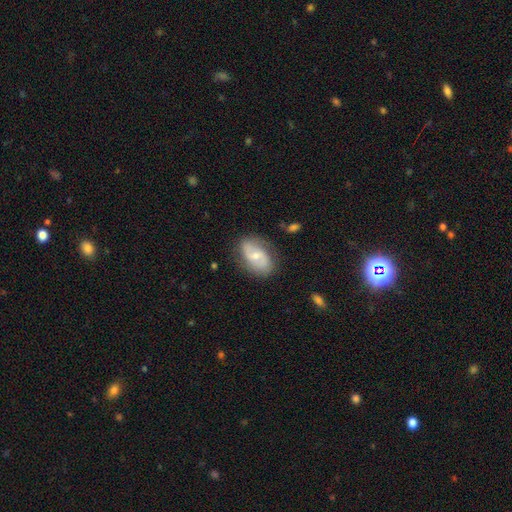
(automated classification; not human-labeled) Morphology: type=featured or disk (63%); edge-on=no (96%); bar=no (52%); spiral arms=yes (88%); winding=medium (42%); arm count=2 (85%); bulge=small (49%); merging=none (74%).